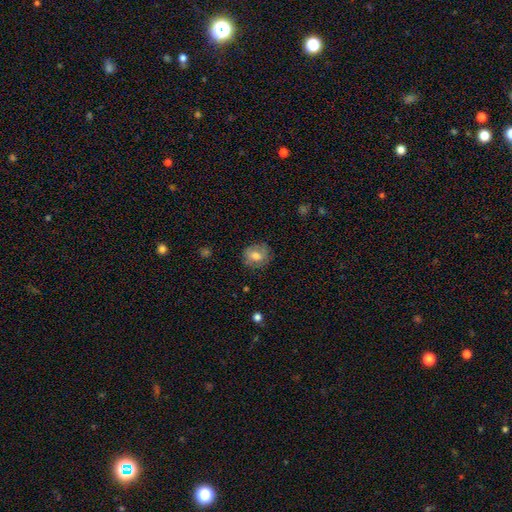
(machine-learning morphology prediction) smooth_or_featured: smooth (p=0.71) [alt: featured or disk p=0.20]
how_rounded: round (p=0.65) [alt: in between p=0.34]
merging: none (p=0.75) [alt: minor disturbance p=0.19]